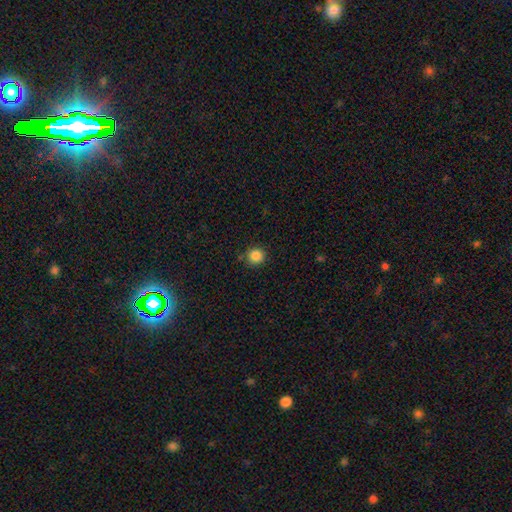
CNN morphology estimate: The model was most divided on "smooth or featured": smooth: 85%, star or artifact: 11%, featured or disk: 4%. More confident: how rounded — round (94%); merging — none (87%).